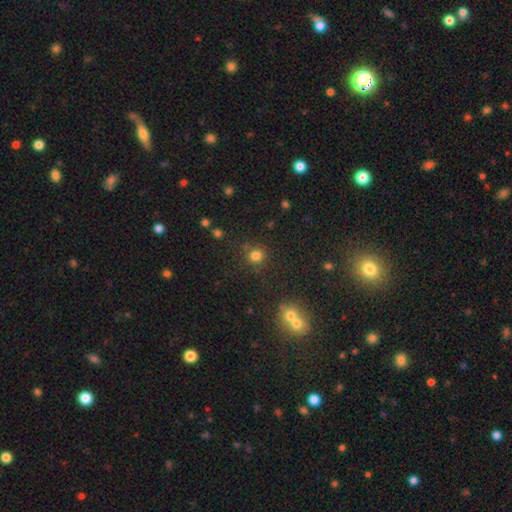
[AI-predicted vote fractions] The model was most divided on "smooth or featured": smooth: 78%, star or artifact: 17%, featured or disk: 5%. More confident: how rounded — round (90%); merging — none (80%).